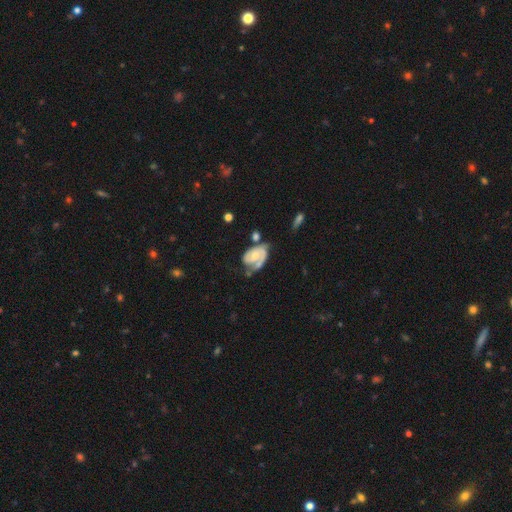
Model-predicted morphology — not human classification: Q: Smooth or featured?
A: featured or disk (79%); runner-up: smooth (16%)
Q: Edge-on disk?
A: no (97%); runner-up: yes (3%)
Q: Bar?
A: no (64%); runner-up: weak (29%)
Q: Spiral arms?
A: yes (92%); runner-up: no (8%)
Q: Spiral winding?
A: tight (53%); runner-up: medium (35%)
Q: Spiral arm count?
A: 2 (46%); runner-up: 1 (39%)
Q: Bulge size?
A: moderate (43%); tied with: small (43%)
Q: Merging?
A: none (41%); runner-up: minor disturbance (26%)